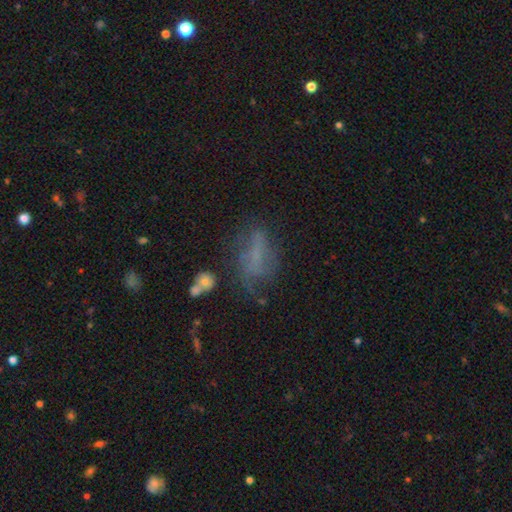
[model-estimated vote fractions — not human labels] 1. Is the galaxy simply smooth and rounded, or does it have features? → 43% smooth, 36% featured or disk, 21% star or artifact.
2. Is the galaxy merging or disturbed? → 46% none, 25% minor disturbance, 23% major disturbance, 6% merger.